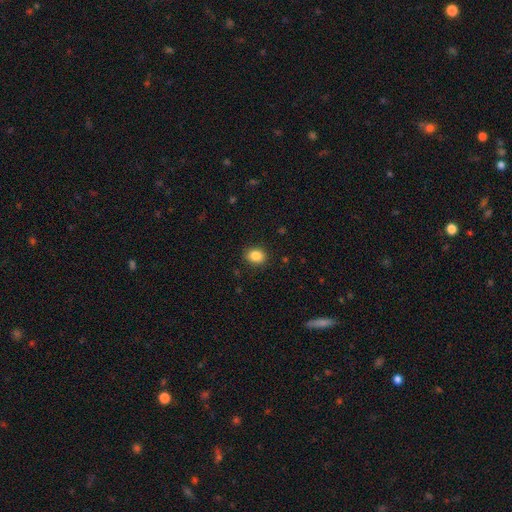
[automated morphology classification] Smooth or featured?
  - smooth: 86% *
  - star or artifact: 9%
  - featured or disk: 5%
How rounded?
  - round: 50% *
  - in between: 49%
  - cigar-shaped: 1%
Merging?
  - none: 89% *
  - minor disturbance: 8%
  - major disturbance: 2%
  - merger: 1%